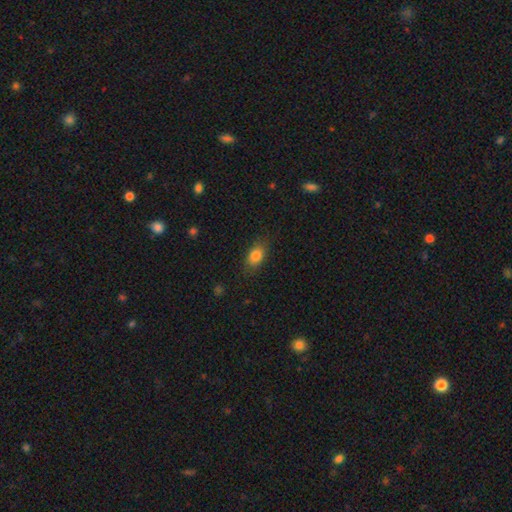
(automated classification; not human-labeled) Smooth or featured?
  - smooth: 83% *
  - star or artifact: 9%
  - featured or disk: 8%
How rounded?
  - in between: 82% *
  - round: 14%
  - cigar-shaped: 4%
Merging?
  - none: 81% *
  - minor disturbance: 14%
  - major disturbance: 4%
  - merger: 1%